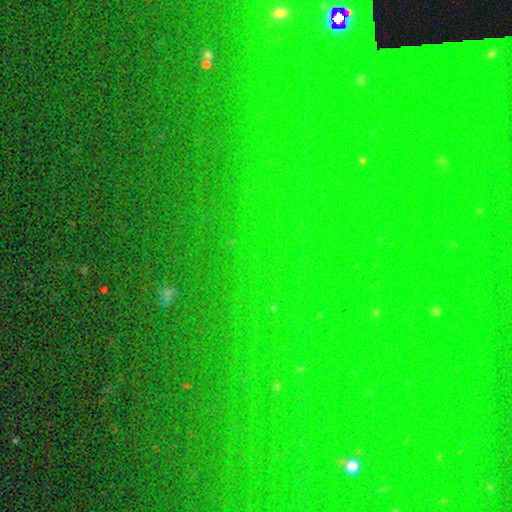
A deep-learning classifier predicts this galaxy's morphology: Overall: star or artifact (80%).